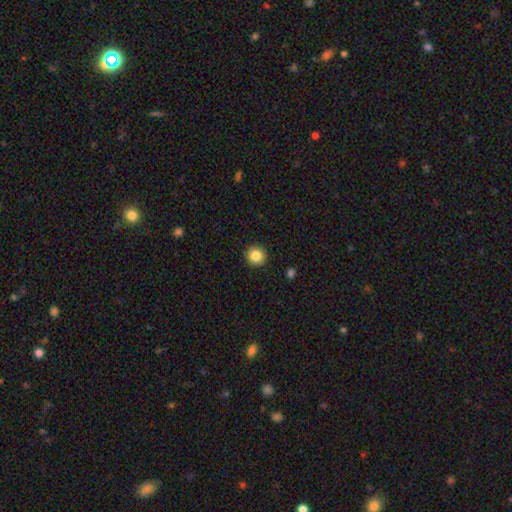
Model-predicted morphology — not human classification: Smooth or featured?
  - smooth: 85% *
  - star or artifact: 10%
  - featured or disk: 5%
How rounded?
  - round: 94% *
  - in between: 5%
  - cigar-shaped: 1%
Merging?
  - none: 93% *
  - minor disturbance: 5%
  - major disturbance: 2%
  - merger: 1%